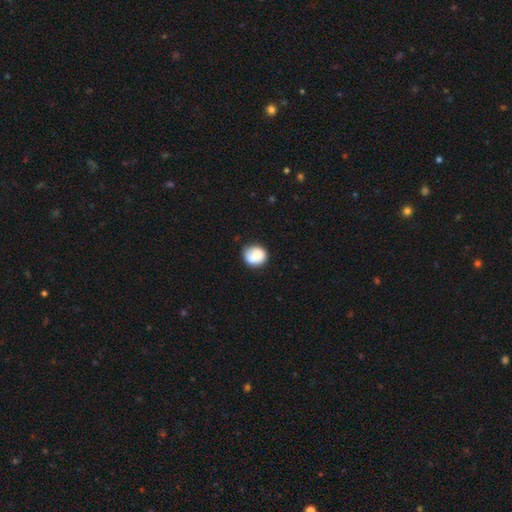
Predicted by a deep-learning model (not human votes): smooth 74%, featured or disk 18%, star or artifact 8%. Down the decision tree: how rounded — round (80%); merging — none (69%).